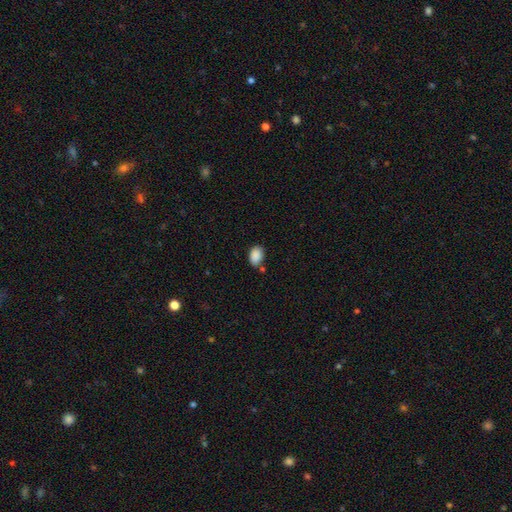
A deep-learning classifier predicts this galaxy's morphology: smooth-or-featured: smooth: 89% | star or artifact: 8% | featured or disk: 3%
  how-rounded: in between: 81% | round: 18% | cigar-shaped: 1%
  merging: none: 72% | minor disturbance: 18% | merger: 7% | major disturbance: 4%